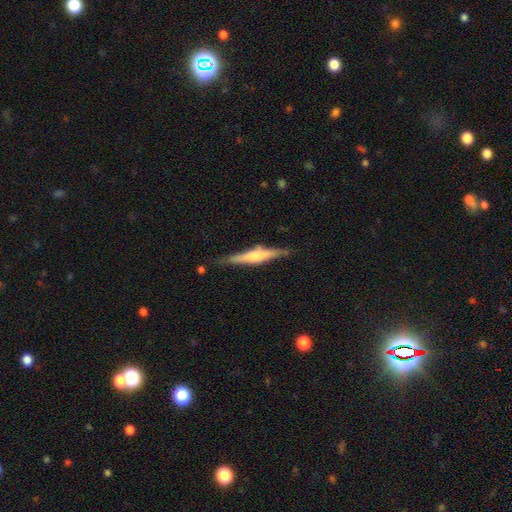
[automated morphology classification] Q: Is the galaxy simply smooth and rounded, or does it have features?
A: featured or disk — 64%.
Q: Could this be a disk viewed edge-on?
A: yes — 97%.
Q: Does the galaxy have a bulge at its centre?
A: rounded — 69%.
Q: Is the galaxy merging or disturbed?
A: none — 81%.